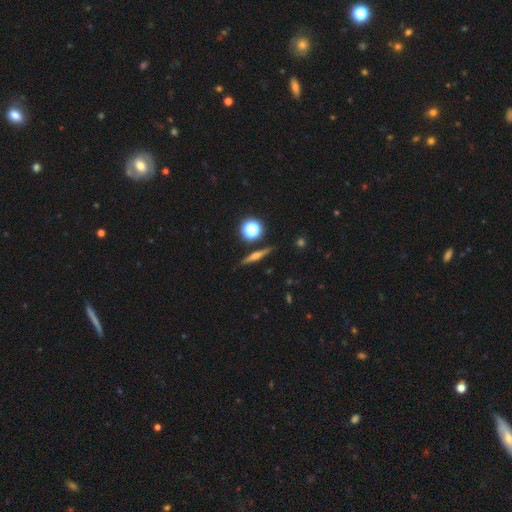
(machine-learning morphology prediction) Overall: featured or disk (62%; smooth 26%). Edge-on disk: yes (96%). Edge-on bulge: rounded (86%). Merging: none (88%).